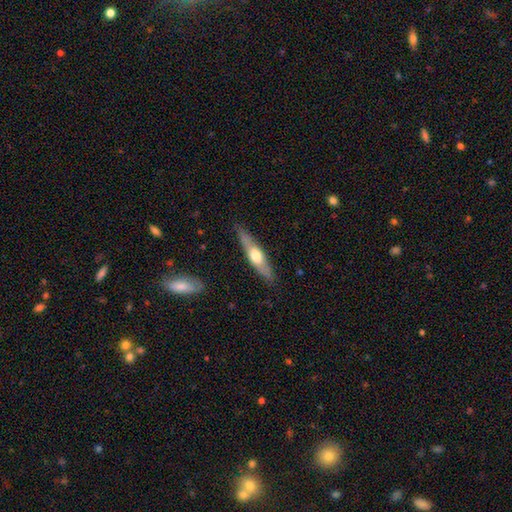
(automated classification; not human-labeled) Morphology: type=featured or disk (53%); edge-on=yes (86%); merging=none (85%).